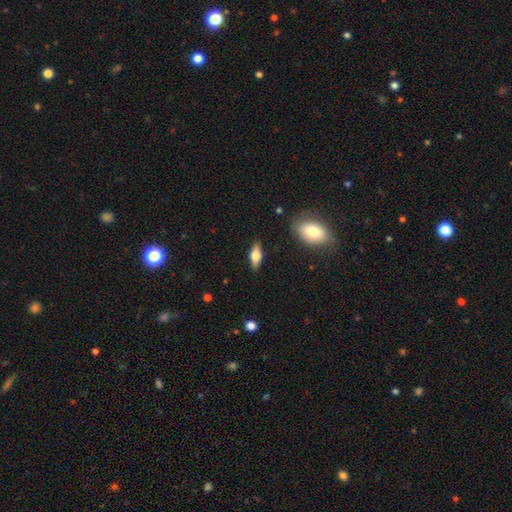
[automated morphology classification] smooth-or-featured: smooth: 49% | featured or disk: 44% | star or artifact: 7%
  merging: none: 87% | minor disturbance: 10% | major disturbance: 2% | merger: 1%